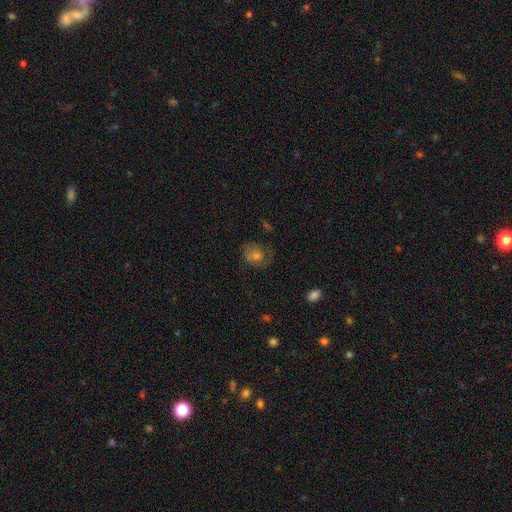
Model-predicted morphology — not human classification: A smooth galaxy with no disk features (47%). Merging: none (63%).